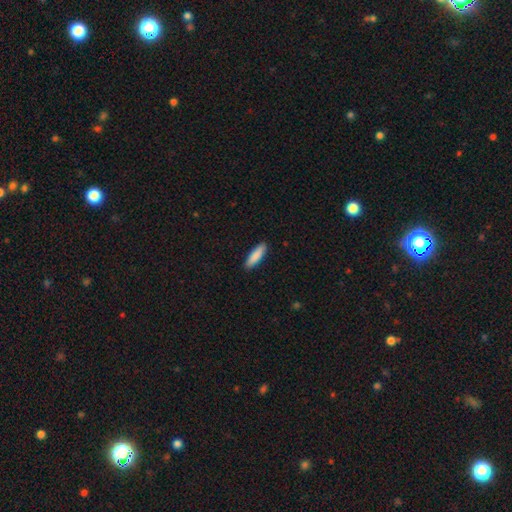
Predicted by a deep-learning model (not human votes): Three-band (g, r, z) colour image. It shows a smooth galaxy with no disk features (88%) that is cigar-shaped (62%). Merging: none (90%).